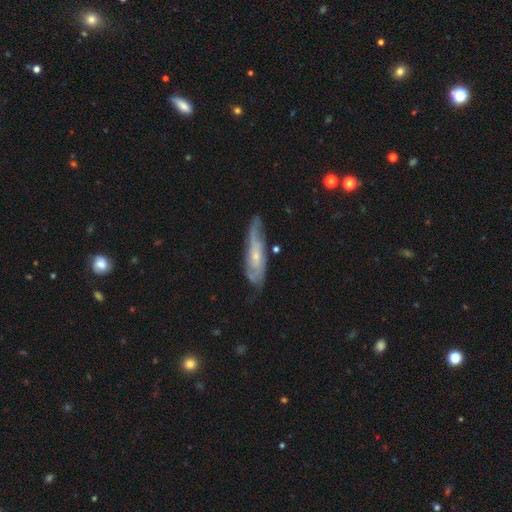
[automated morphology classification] A featured or disk galaxy (68%).

Vote fractions:
- Smooth or featured? featured or disk: 68% / smooth: 25% / star or artifact: 6%
- Edge-on disk? no: 69% / yes: 31%
- Merging? none: 63% / minor disturbance: 26% / major disturbance: 8% / merger: 3%